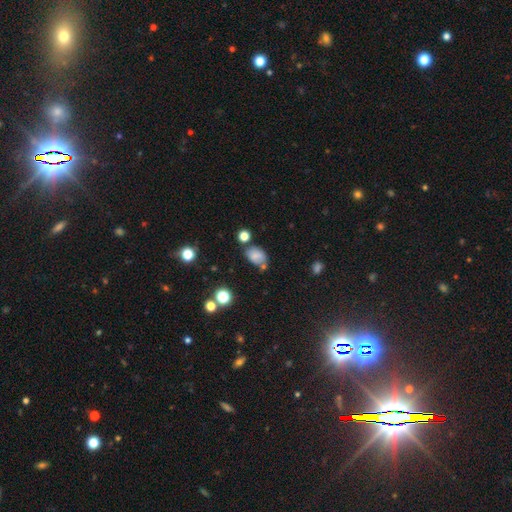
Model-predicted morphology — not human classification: This is likely a smooth galaxy (74%). How rounded: likely in between (80%). Merging: possibly none (55%).